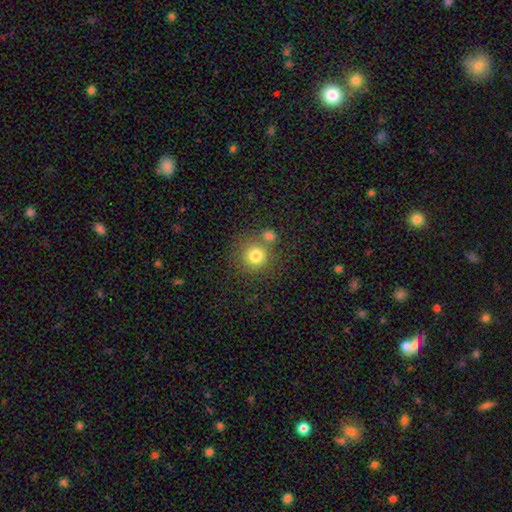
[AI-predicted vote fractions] This is likely a smooth galaxy (79%). How rounded: clearly round (92%). Merging: likely none (66%).